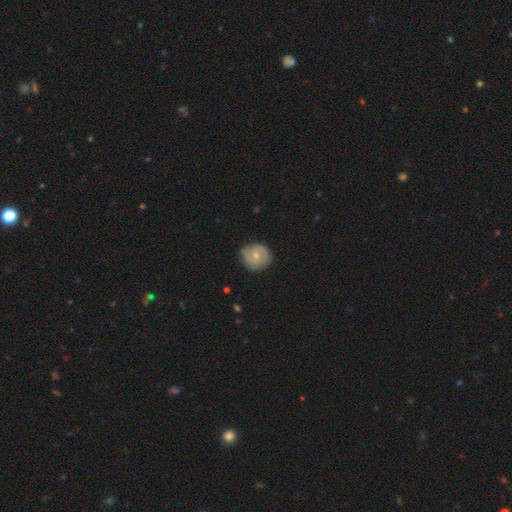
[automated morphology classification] Smooth or featured?
  - featured or disk: 50% *
  - smooth: 43%
  - star or artifact: 7%
Edge-on disk?
  - no: 97% *
  - yes: 3%
Merging?
  - none: 72% *
  - minor disturbance: 22%
  - major disturbance: 5%
  - merger: 1%